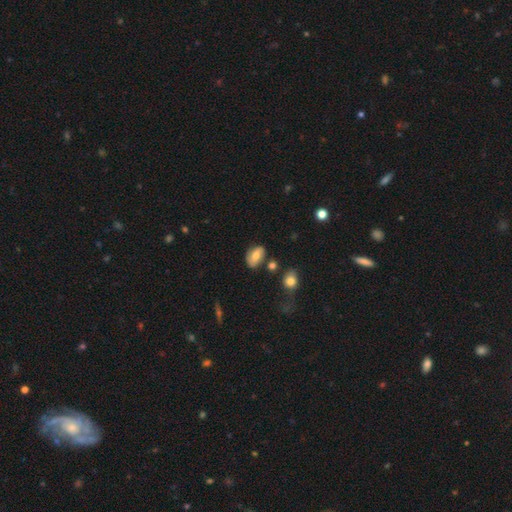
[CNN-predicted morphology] Smooth or featured: smooth — 65% (featured or disk — 26%)
How rounded: in between — 87% (round — 11%)
Merging: none — 69% (minor disturbance — 20%)